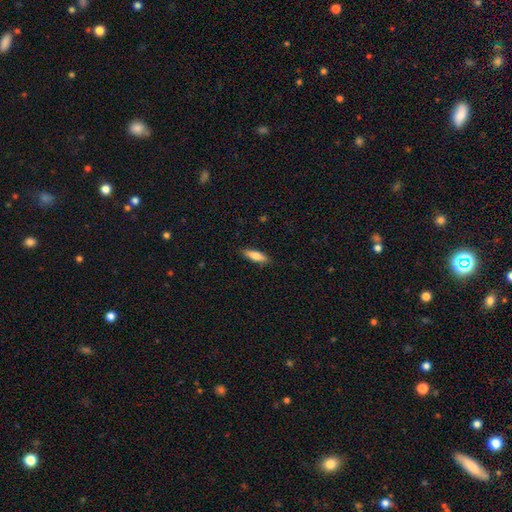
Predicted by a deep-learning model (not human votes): Q: Smooth or featured?
A: smooth (76%); runner-up: featured or disk (18%)
Q: How rounded?
A: cigar-shaped (56%); runner-up: in between (42%)
Q: Merging?
A: none (87%); runner-up: minor disturbance (10%)